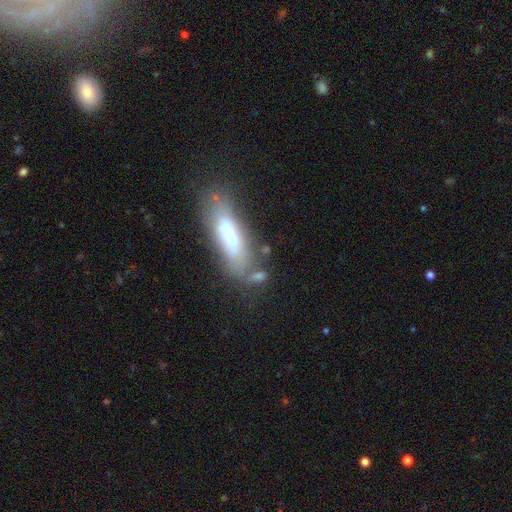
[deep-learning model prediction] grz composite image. It shows a featured or disk galaxy (47%). Merging: none (60%).